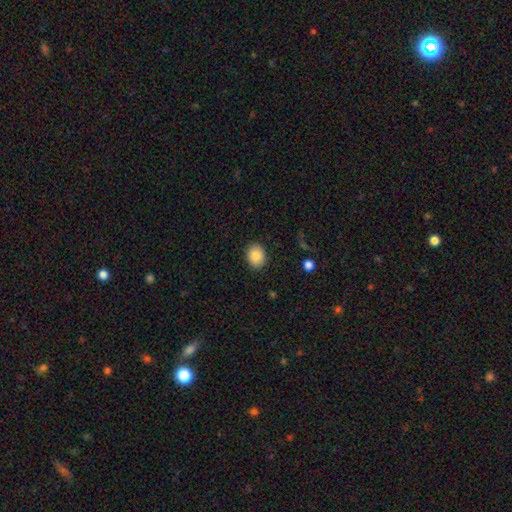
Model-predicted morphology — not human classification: This is clearly a smooth galaxy (86%). How rounded: possibly in between (52%). Merging: clearly none (89%).